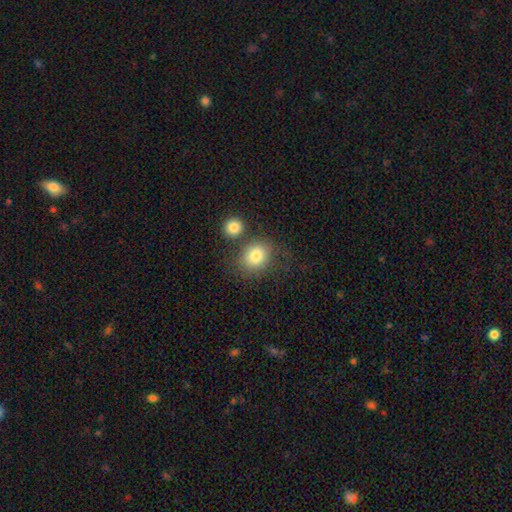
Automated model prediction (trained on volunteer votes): Smooth or featured: smooth — 81% (star or artifact — 10%)
How rounded: round — 65% (in between — 34%)
Merging: none — 62% (merger — 18%)